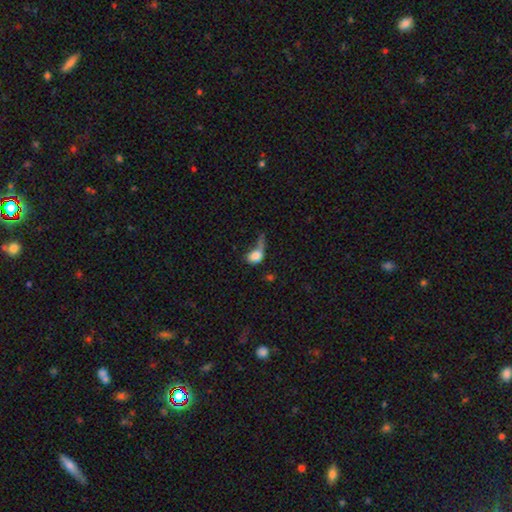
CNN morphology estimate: smooth 74%, featured or disk 17%, star or artifact 10%. Down the decision tree: how rounded — in between (64%); merging — major disturbance (48%).